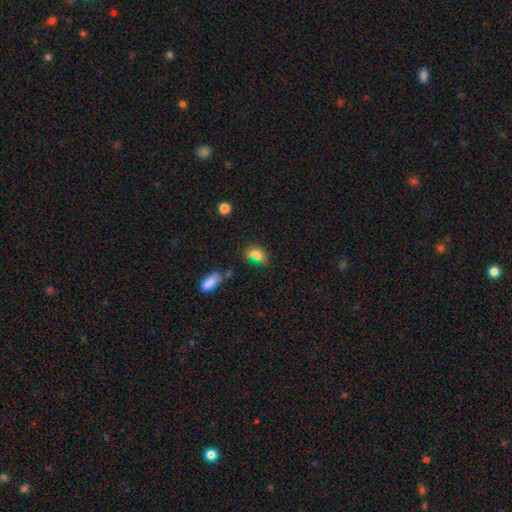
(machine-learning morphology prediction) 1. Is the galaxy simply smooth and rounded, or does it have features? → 73% smooth, 18% star or artifact, 10% featured or disk.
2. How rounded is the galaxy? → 69% in between, 27% round, 4% cigar-shaped.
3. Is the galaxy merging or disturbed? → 59% none, 22% minor disturbance, 11% merger, 8% major disturbance.